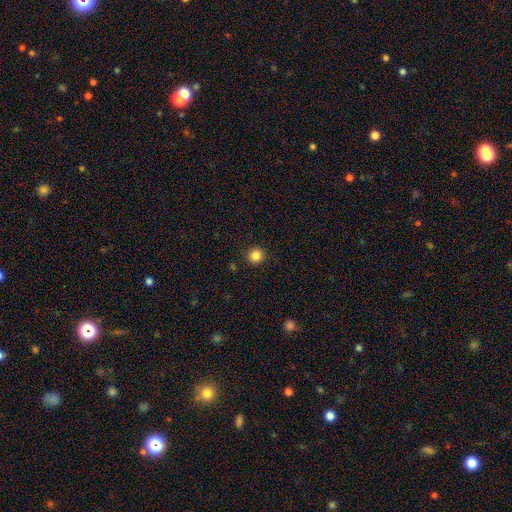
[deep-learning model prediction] Smooth or featured: smooth — 85% (star or artifact — 11%)
How rounded: round — 94% (in between — 5%)
Merging: none — 91% (minor disturbance — 6%)